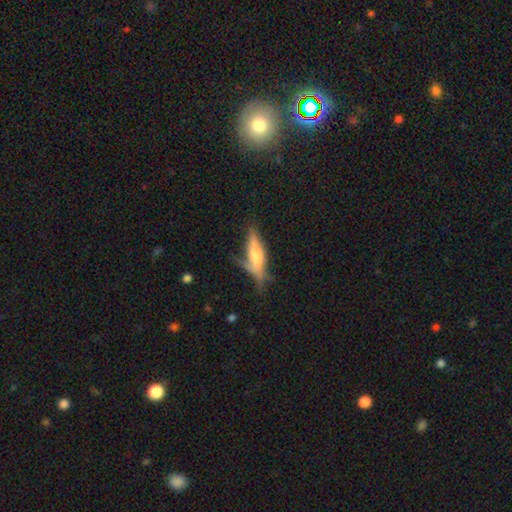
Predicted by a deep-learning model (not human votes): Q: Smooth or featured?
A: featured or disk (48%); runner-up: smooth (44%)
Q: Merging?
A: none (42%); runner-up: minor disturbance (26%)